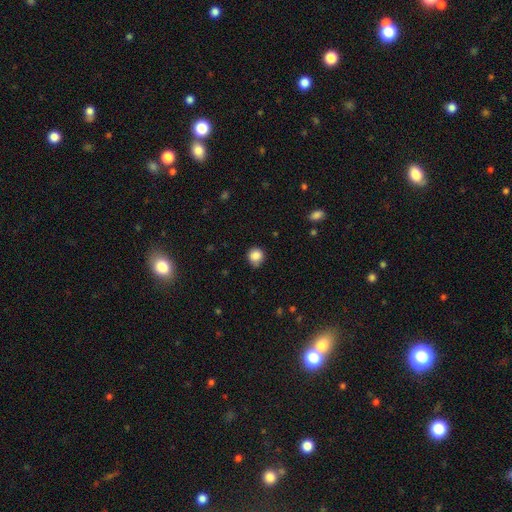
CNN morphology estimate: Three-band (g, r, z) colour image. It shows a smooth galaxy with no disk features (85%) that is round (86%). Merging: none (70%).